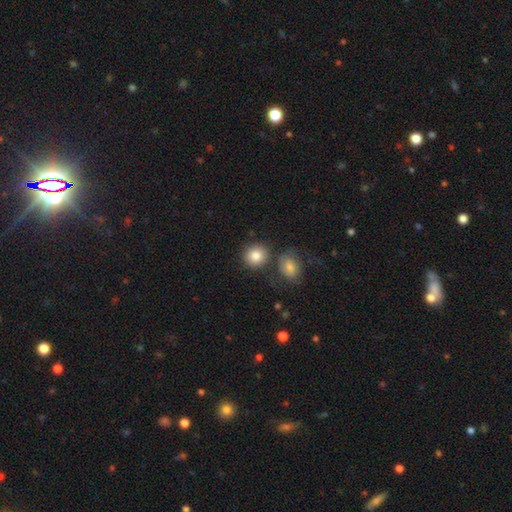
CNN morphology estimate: smooth_or_featured: smooth (p=0.84) [alt: star or artifact p=0.08]
how_rounded: round (p=0.83) [alt: in between p=0.16]
merging: none (p=0.72) [alt: merger p=0.14]